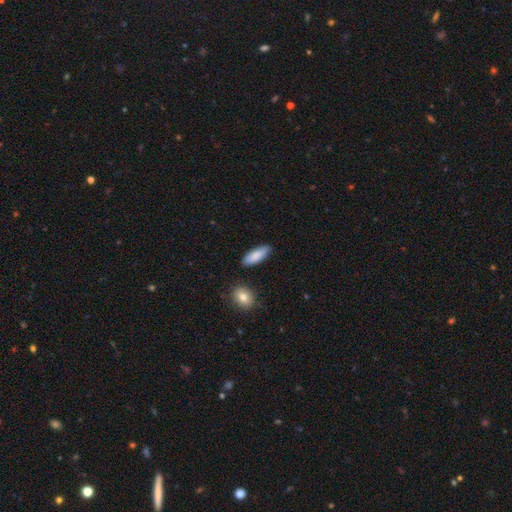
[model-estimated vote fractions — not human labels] Q: Smooth or featured?
A: smooth (85%); runner-up: featured or disk (9%)
Q: How rounded?
A: in between (64%); runner-up: cigar-shaped (34%)
Q: Merging?
A: none (85%); runner-up: minor disturbance (10%)